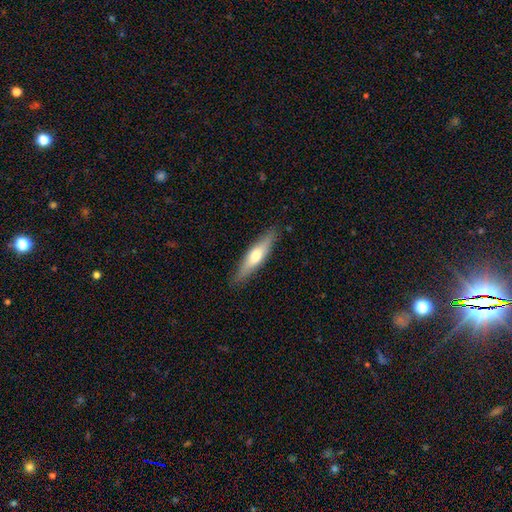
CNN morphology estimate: This appears to be a smooth galaxy with no disk features (52%) that is cigar-shaped (75%). Merging: none (87%).